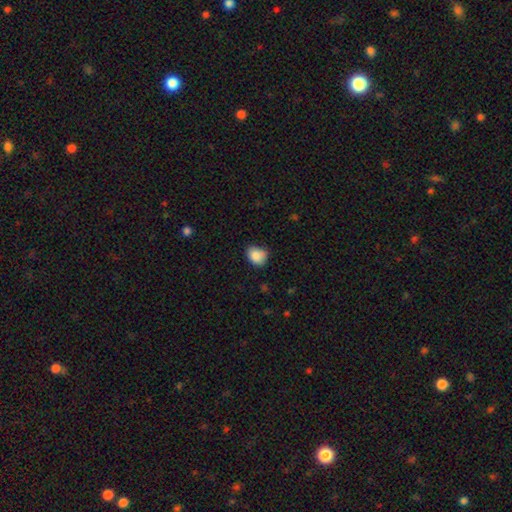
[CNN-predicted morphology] The model was most divided on "how rounded": in between: 50%, round: 49%, cigar-shaped: 1%. More confident: smooth or featured — smooth (86%); merging — none (65%).